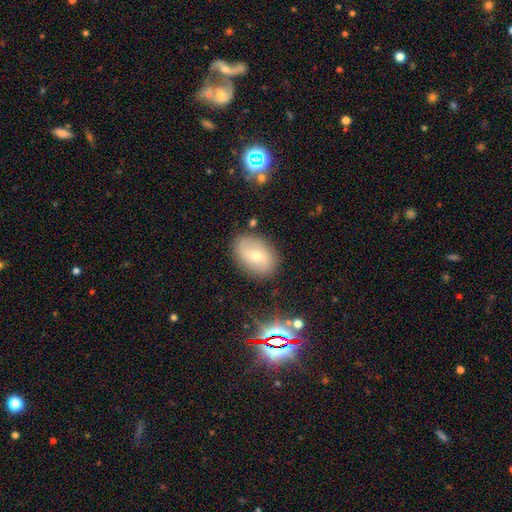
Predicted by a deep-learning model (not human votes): smooth_or_featured: smooth (p=0.49) [alt: featured or disk p=0.41]
merging: none (p=0.81) [alt: minor disturbance p=0.13]